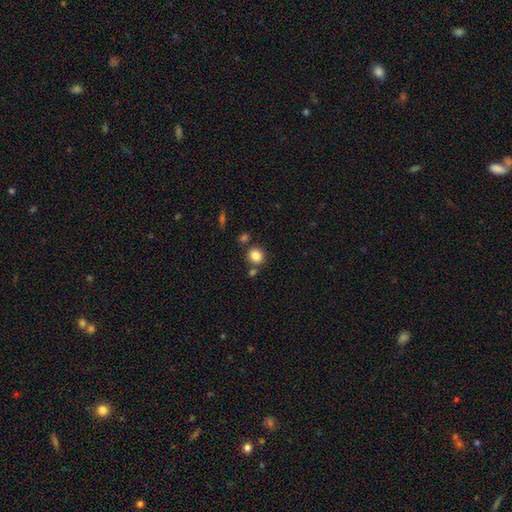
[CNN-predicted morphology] The model was most divided on "how rounded": round: 79%, in between: 20%, cigar-shaped: 1%. More confident: smooth or featured — smooth (84%); merging — none (75%).